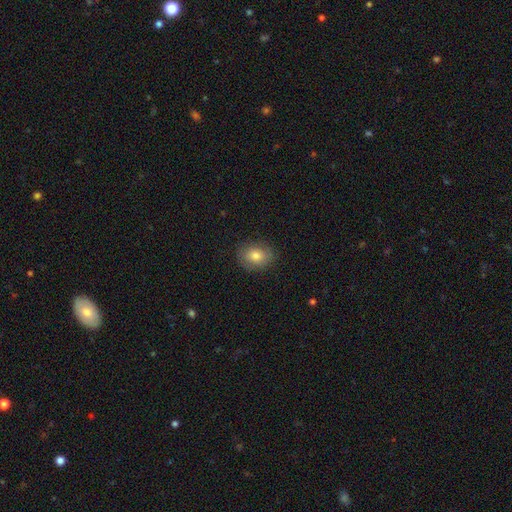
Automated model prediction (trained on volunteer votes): smooth_or_featured: smooth (p=0.79) [alt: featured or disk p=0.12]
how_rounded: in between (p=0.52) [alt: round p=0.47]
merging: none (p=0.84) [alt: minor disturbance p=0.12]